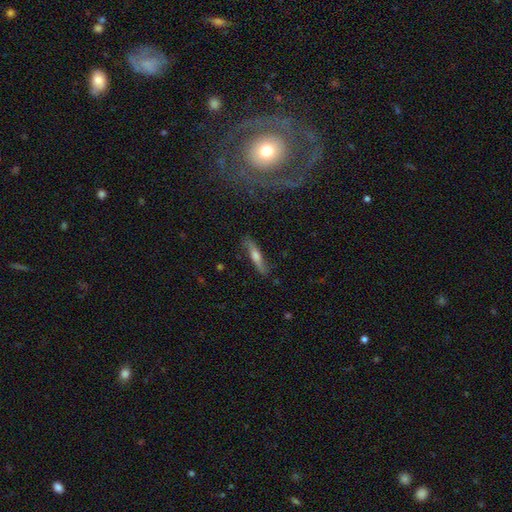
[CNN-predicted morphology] smooth-or-featured: featured or disk: 53% | smooth: 40% | star or artifact: 7%
  disk-edge-on: yes: 78% | no: 22%
  merging: none: 79% | minor disturbance: 15% | major disturbance: 4% | merger: 2%